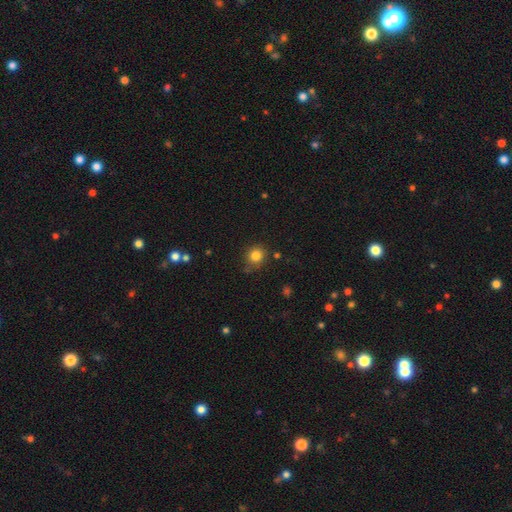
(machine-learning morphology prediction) type=smooth (83%); roundness=round (87%); merging=none (79%).